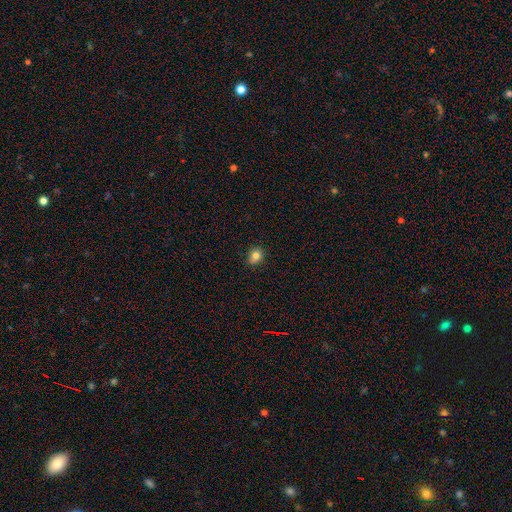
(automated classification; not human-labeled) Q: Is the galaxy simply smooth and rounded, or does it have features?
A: smooth — 81%.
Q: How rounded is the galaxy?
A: round — 65%.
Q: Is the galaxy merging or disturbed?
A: none — 83%.